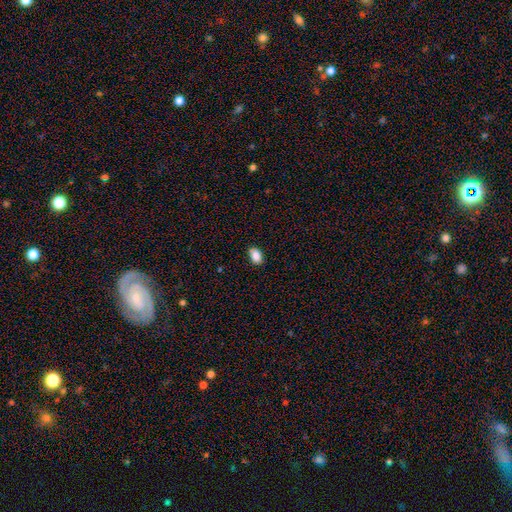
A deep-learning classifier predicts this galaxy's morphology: smooth 87%, star or artifact 8%, featured or disk 5%. Down the decision tree: how rounded — in between (86%); merging — none (80%).